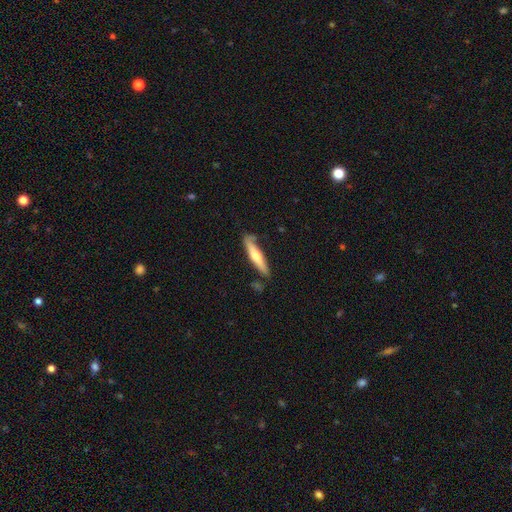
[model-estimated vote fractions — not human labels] Morphology: type=smooth (53%); roundness=cigar-shaped (88%); merging=none (75%).